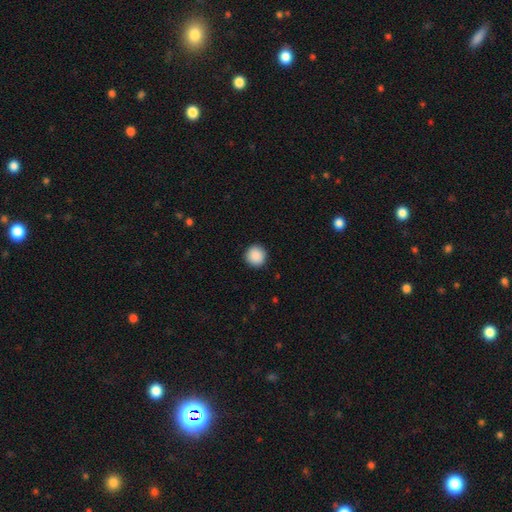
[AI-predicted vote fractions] A smooth galaxy with no disk features (90%) that is round (95%). Merging: none (92%).